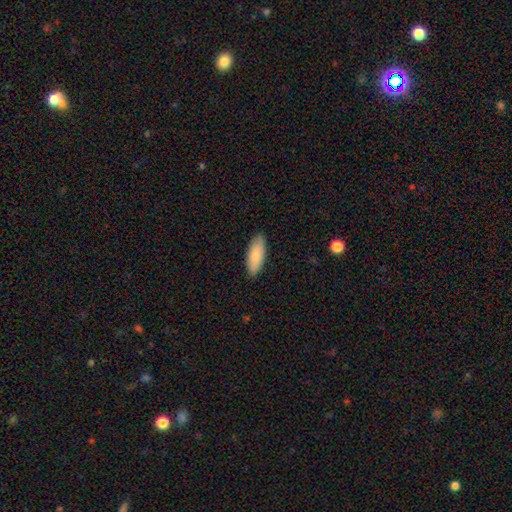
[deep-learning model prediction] Smooth or featured? Predicted: smooth (p=0.85). How rounded? Predicted: in between (p=0.72). Merging? Predicted: none (p=0.88).